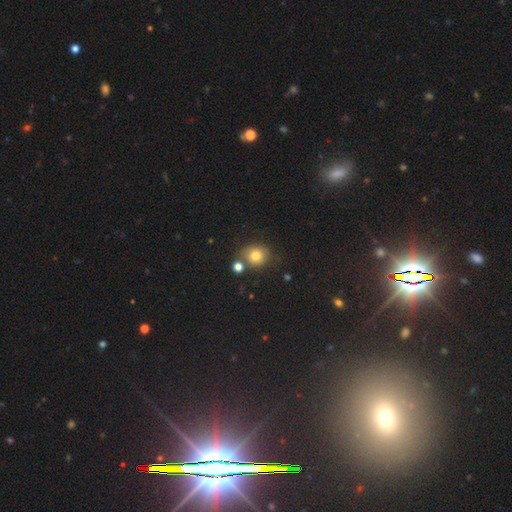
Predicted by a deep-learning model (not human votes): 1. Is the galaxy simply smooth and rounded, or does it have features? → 79% smooth, 12% star or artifact, 9% featured or disk.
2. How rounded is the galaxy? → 80% round, 19% in between, 1% cigar-shaped.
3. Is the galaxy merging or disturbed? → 69% none, 14% merger, 13% minor disturbance, 4% major disturbance.